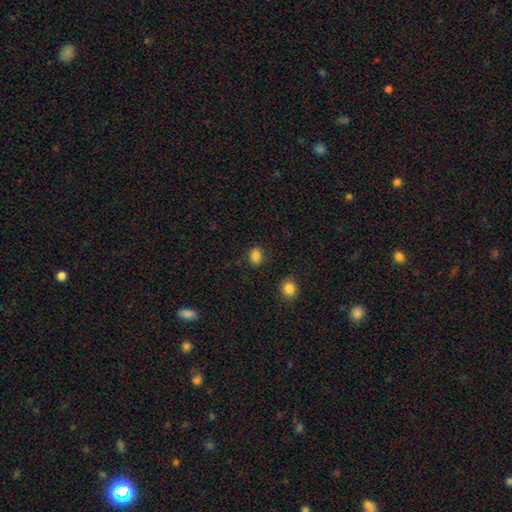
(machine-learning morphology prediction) Smooth or featured? Predicted: smooth (p=0.86). How rounded? Predicted: in between (p=0.62). Merging? Predicted: none (p=0.84).